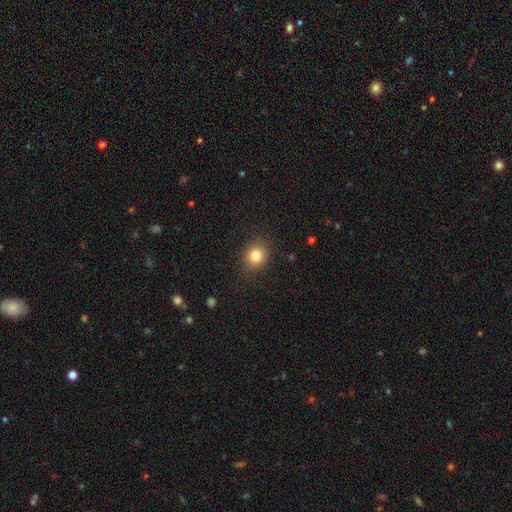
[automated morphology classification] This appears to be a smooth galaxy with no disk features (82%) that is round (76%). Merging: none (88%).